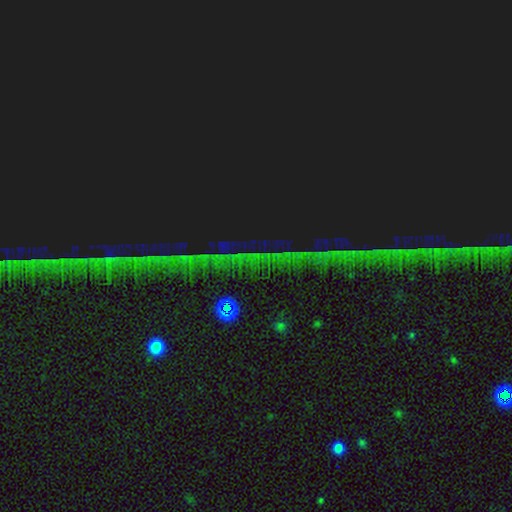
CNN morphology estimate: A star or artifact, not a galaxy (86%).